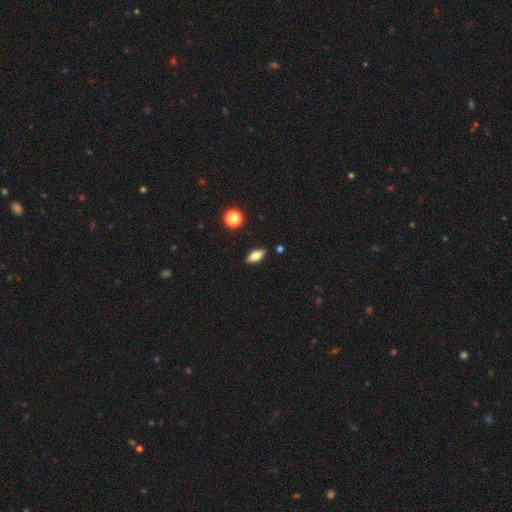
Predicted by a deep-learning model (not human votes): A smooth galaxy with no disk features (55%) that is in between round and cigar-shaped (74%).

Vote fractions:
- Smooth or featured? smooth: 55% / featured or disk: 37% / star or artifact: 8%
- How rounded? in between: 74% / cigar-shaped: 21% / round: 5%
- Merging? none: 88% / minor disturbance: 8% / major disturbance: 2% / merger: 2%